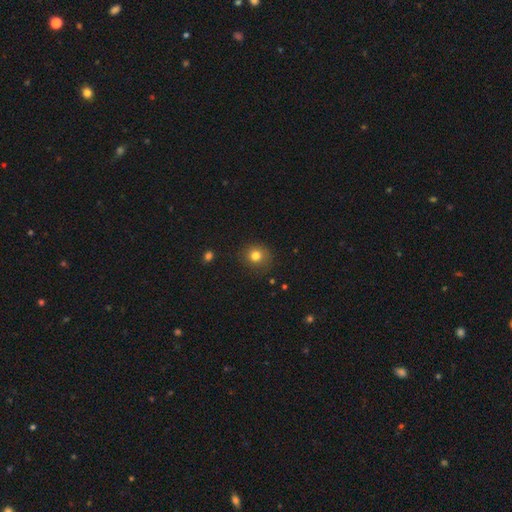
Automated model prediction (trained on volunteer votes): A smooth galaxy with no disk features (79%) that is round (86%). Merging: none (83%).